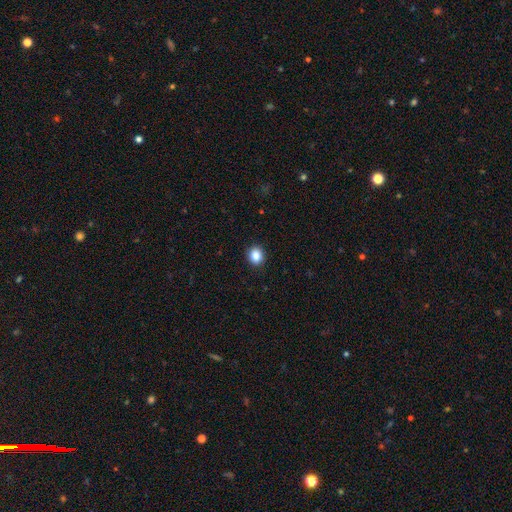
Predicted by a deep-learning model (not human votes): A smooth galaxy with no disk features (87%) that is round (74%). Merging: none (91%).